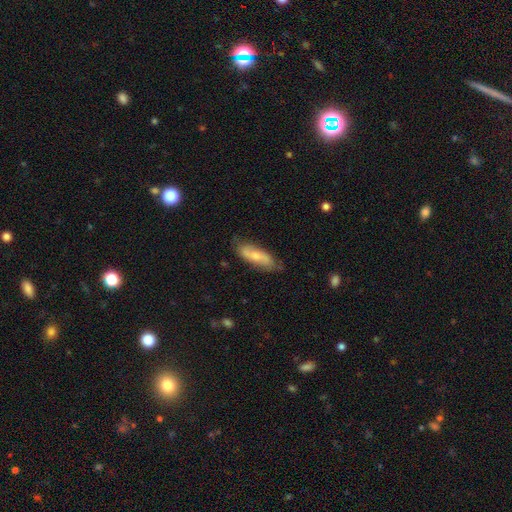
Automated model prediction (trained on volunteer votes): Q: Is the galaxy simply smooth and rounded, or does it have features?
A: smooth — 55%.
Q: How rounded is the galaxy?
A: in between — 57%.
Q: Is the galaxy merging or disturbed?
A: none — 73%.